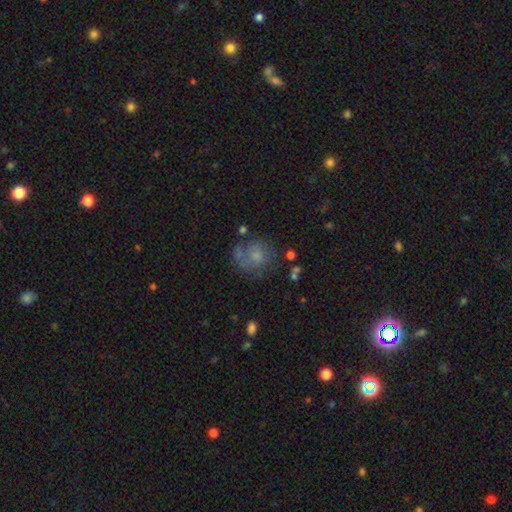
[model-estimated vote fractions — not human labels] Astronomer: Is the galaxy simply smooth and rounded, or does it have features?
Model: smooth — 53% (runner-up: featured or disk, 36%).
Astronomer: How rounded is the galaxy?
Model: round — 78%.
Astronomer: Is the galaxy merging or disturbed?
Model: none — 53%.